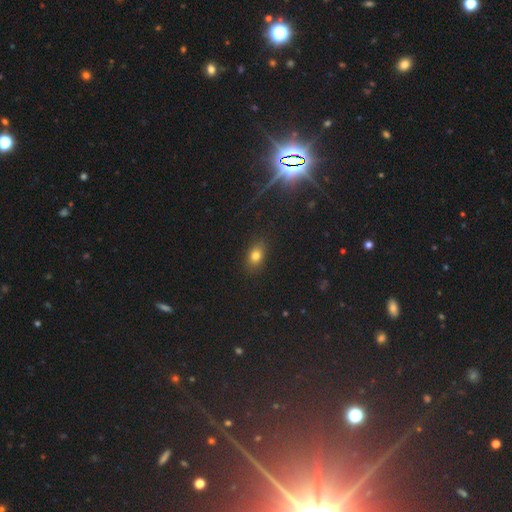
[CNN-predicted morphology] smooth_or_featured: smooth (p=0.75) [alt: star or artifact p=0.16]
how_rounded: in between (p=0.72) [alt: round p=0.25]
merging: none (p=0.85) [alt: minor disturbance p=0.11]